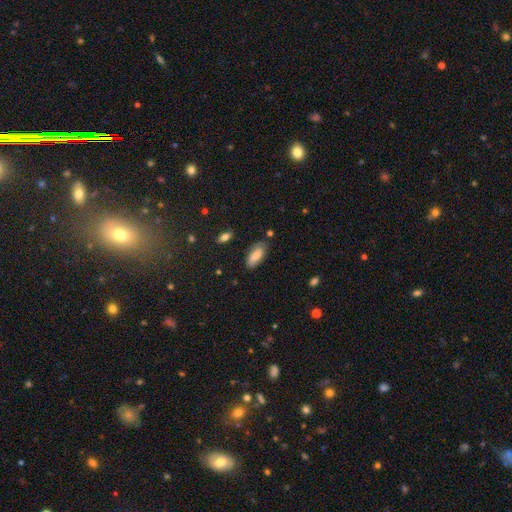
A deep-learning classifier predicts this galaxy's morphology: Overall: smooth (79%). How rounded: in between (80%). Merging: none (75%).